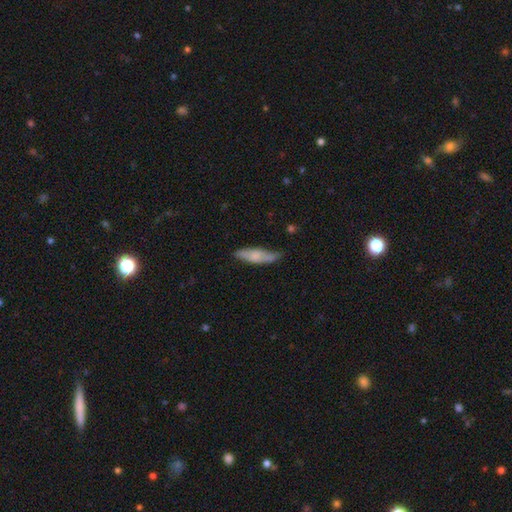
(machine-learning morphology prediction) Q: Smooth or featured?
A: smooth (66%); runner-up: featured or disk (28%)
Q: How rounded?
A: cigar-shaped (57%); runner-up: in between (41%)
Q: Merging?
A: none (64%); runner-up: minor disturbance (27%)